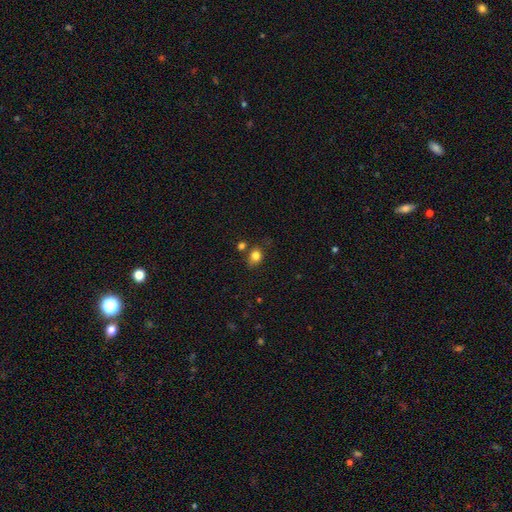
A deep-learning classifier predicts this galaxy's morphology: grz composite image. It shows a smooth galaxy with no disk features (81%) that is round (52%). Merging: none (68%).